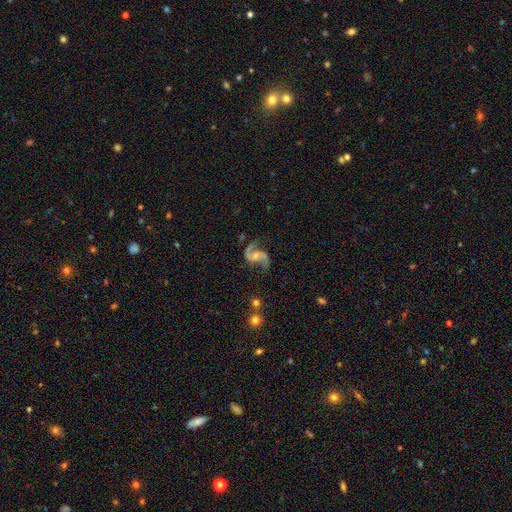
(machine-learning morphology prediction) smooth_or_featured: featured or disk (p=0.91) [alt: star or artifact p=0.05]
disk_edge_on: no (p=0.98) [alt: yes p=0.02]
bar: no (p=0.57) [alt: weak p=0.32]
has_spiral_arms: yes (p=0.98) [alt: no p=0.02]
spiral_winding: loose (p=0.59) [alt: medium p=0.35]
spiral_arm_count: 2 (p=0.94) [alt: 1 p=0.02]
bulge_size: small (p=0.54) [alt: moderate p=0.37]
merging: none (p=0.70) [alt: minor disturbance p=0.17]